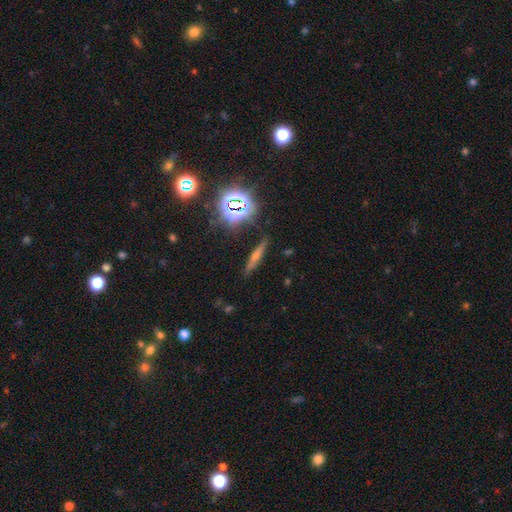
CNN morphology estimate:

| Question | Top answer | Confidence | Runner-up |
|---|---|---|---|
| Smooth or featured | featured or disk | 40% | smooth (33%) |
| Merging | none | 86% | minor disturbance (9%) |